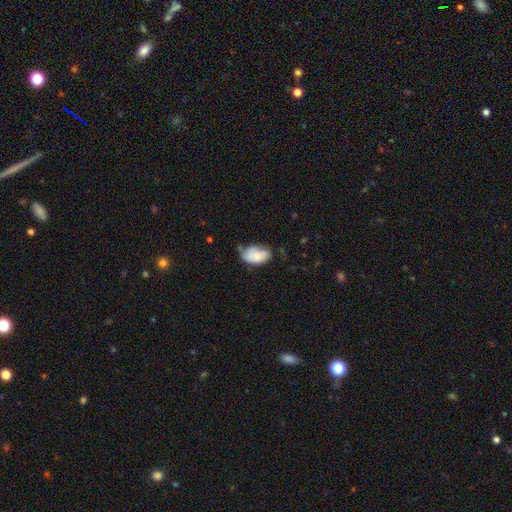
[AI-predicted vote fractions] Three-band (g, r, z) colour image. It shows a smooth galaxy with no disk features (70%) that is in between round and cigar-shaped (91%). Merging: none (40%).